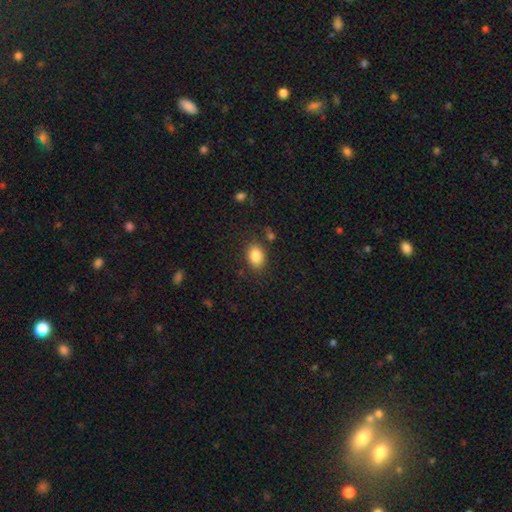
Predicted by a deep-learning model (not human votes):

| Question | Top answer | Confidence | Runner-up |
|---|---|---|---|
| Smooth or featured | smooth | 86% | star or artifact (9%) |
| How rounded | in between | 75% | round (24%) |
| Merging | none | 80% | minor disturbance (12%) |